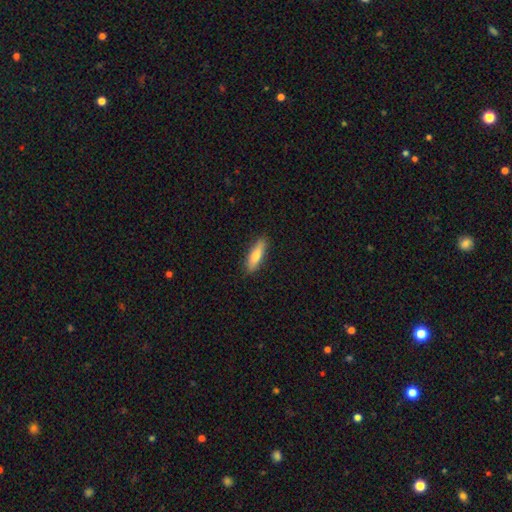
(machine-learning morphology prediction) Overall: smooth (76%). How rounded: cigar-shaped (59%; in between 39%). Merging: none (88%).